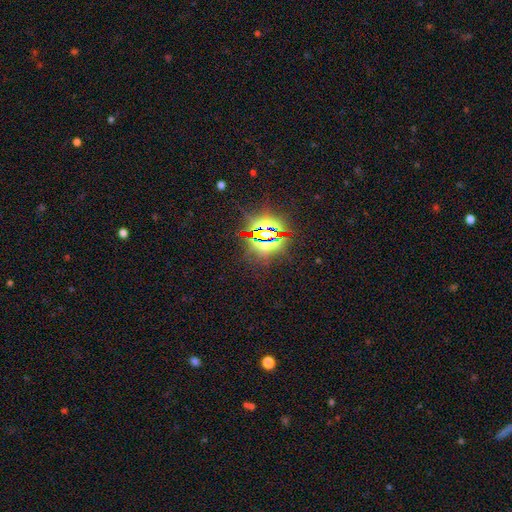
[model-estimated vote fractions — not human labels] Smooth or featured?
  - star or artifact: 86% *
  - smooth: 7%
  - featured or disk: 7%